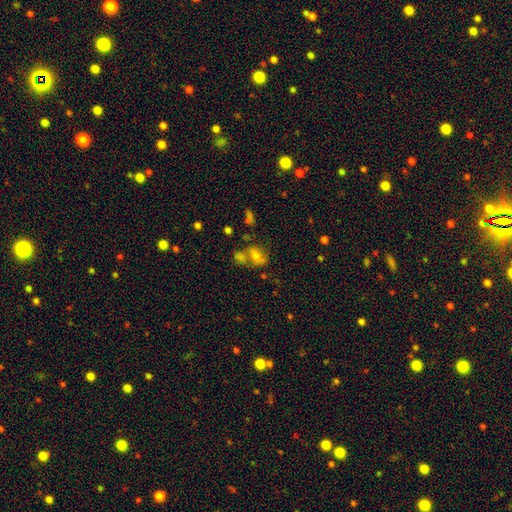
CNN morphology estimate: Overall: smooth (56%; featured or disk 28%). How rounded: in between (74%). Merging: merger (42%; none 34%).